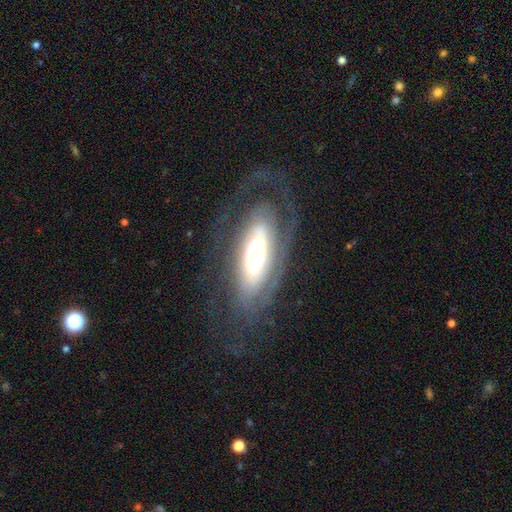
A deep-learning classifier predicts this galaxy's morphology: A featured or disk galaxy (75%) with no bar (62%), tight (60%) spiral arms (85%) and a moderate central bulge (34%). Merging: none (61%).